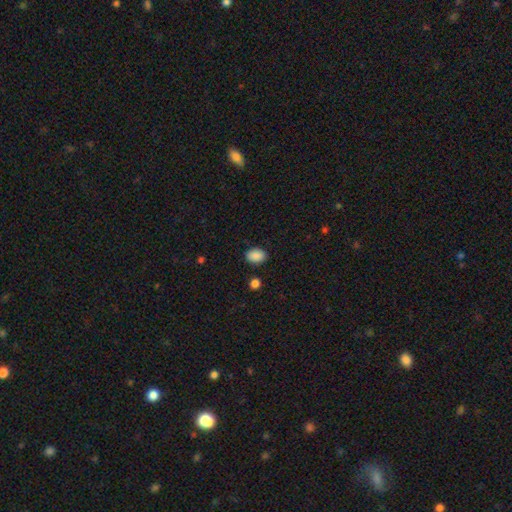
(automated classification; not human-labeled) The model was most divided on "how rounded": in between: 77%, round: 22%, cigar-shaped: 1%. More confident: smooth or featured — smooth (89%); merging — none (86%).